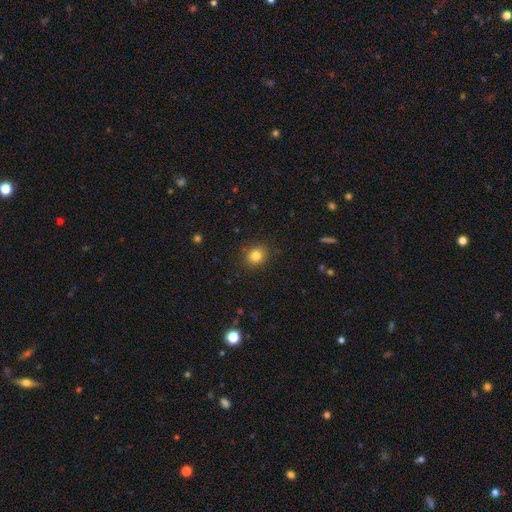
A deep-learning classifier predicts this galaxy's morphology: smooth_or_featured: smooth (p=0.82) [alt: star or artifact p=0.12]
how_rounded: round (p=0.83) [alt: in between p=0.16]
merging: none (p=0.89) [alt: minor disturbance p=0.08]